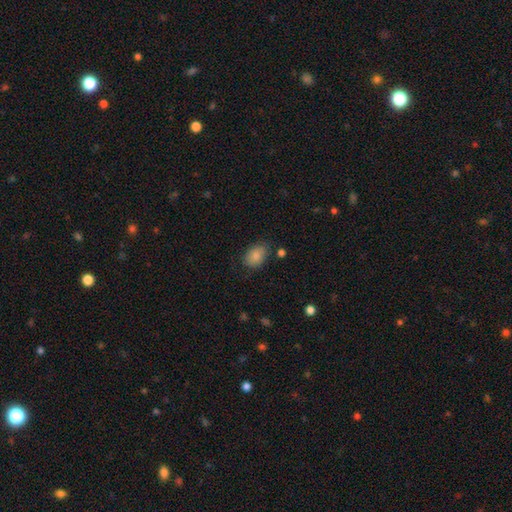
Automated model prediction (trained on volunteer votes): The model was most divided on "merging": none: 73%, minor disturbance: 19%, major disturbance: 4%, merger: 3%. More confident: smooth or featured — smooth (85%); how rounded — in between (83%).